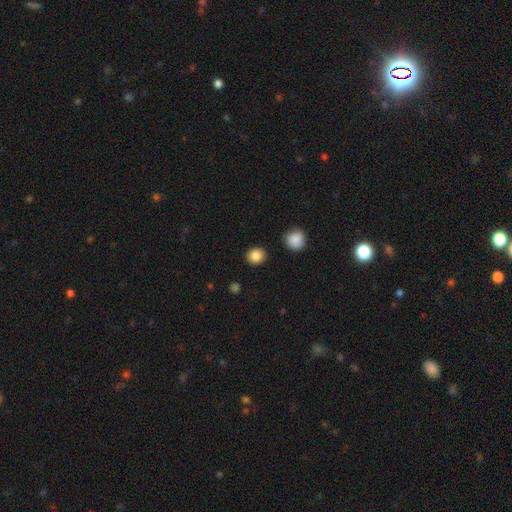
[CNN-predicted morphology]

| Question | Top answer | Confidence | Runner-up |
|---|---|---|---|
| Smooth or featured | smooth | 86% | star or artifact (10%) |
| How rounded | round | 83% | in between (16%) |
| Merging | none | 89% | minor disturbance (6%) |